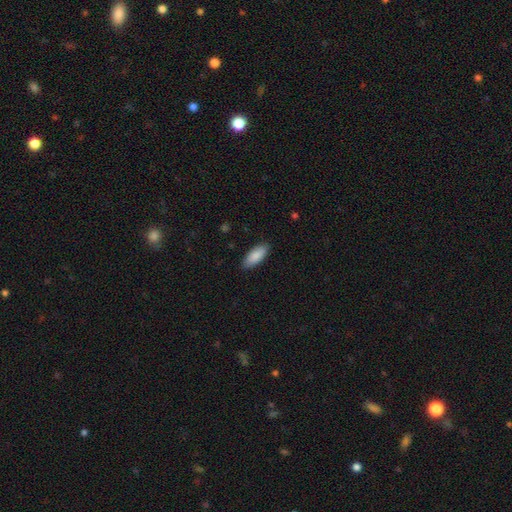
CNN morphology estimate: smooth 88%, featured or disk 6%, star or artifact 5%. Down the decision tree: how rounded — in between (81%); merging — none (88%).